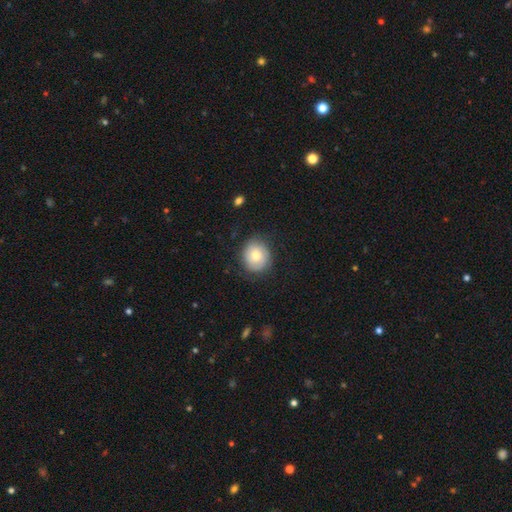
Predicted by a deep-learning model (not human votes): This is likely a smooth galaxy (64%). How rounded: likely round (74%). Merging: likely none (78%).